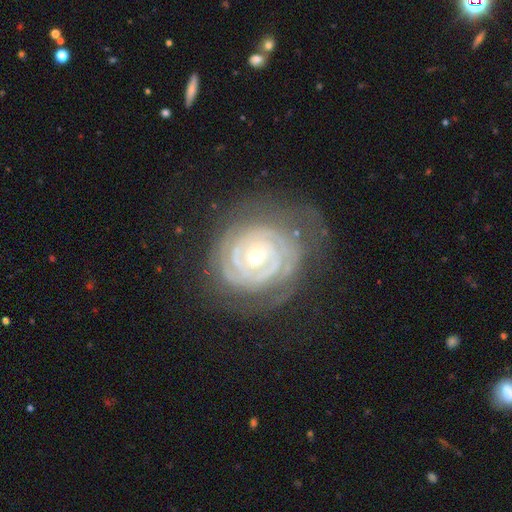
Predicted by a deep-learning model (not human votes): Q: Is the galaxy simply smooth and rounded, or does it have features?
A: featured or disk — 89%.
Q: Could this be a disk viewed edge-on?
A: no — 97%.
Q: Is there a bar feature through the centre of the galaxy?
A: no — 67%.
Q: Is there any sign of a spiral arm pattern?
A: yes — 97%.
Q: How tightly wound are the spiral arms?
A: tight — 85%.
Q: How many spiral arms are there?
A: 2 — 33%.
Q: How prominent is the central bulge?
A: small — 59%.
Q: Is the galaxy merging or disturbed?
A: none — 69%.